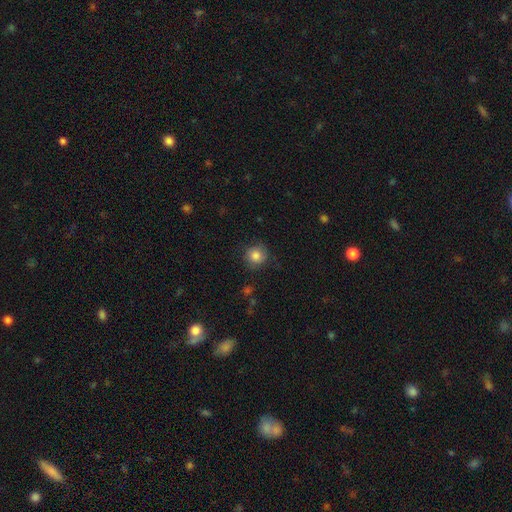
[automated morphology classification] Smooth or featured? smooth (84%)
How rounded? round (91%)
Merging? none (82%)